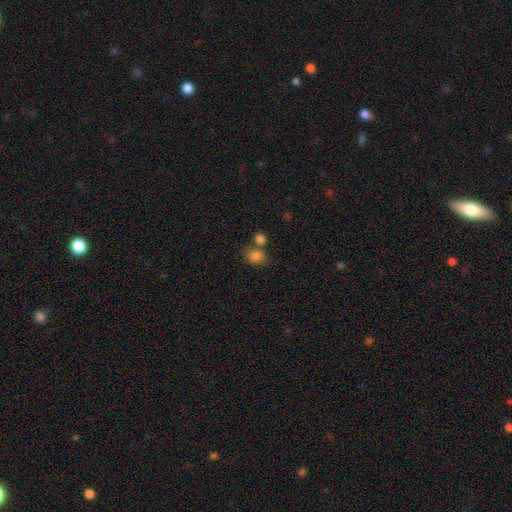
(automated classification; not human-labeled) Smooth or featured? smooth (83%)
How rounded? round (55%)
Merging? none (51%)